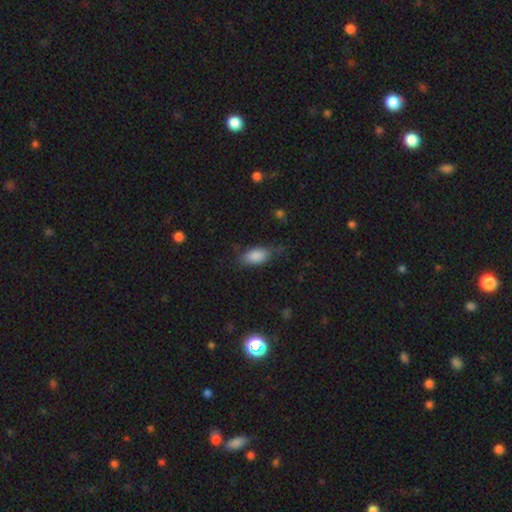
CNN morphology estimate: type=smooth (83%); roundness=in between (88%); merging=none (60%).